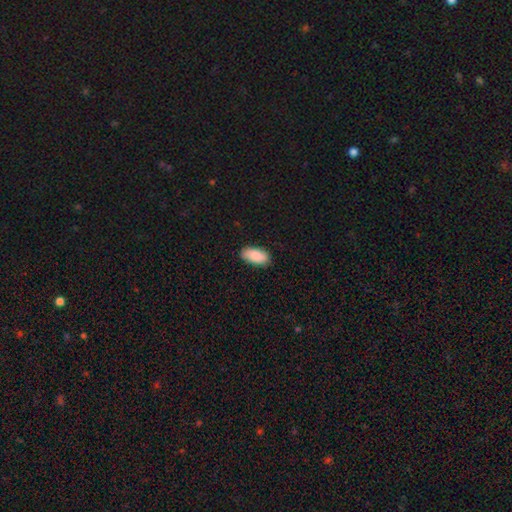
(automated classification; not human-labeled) Smooth or featured?
  - smooth: 88% *
  - star or artifact: 6%
  - featured or disk: 6%
How rounded?
  - in between: 94% *
  - cigar-shaped: 4%
  - round: 2%
Merging?
  - none: 87% *
  - minor disturbance: 11%
  - major disturbance: 2%
  - merger: 1%